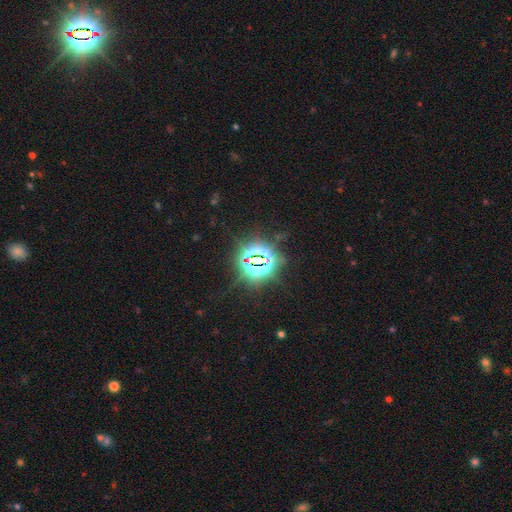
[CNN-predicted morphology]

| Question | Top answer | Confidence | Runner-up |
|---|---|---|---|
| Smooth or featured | star or artifact | 83% | smooth (10%) |